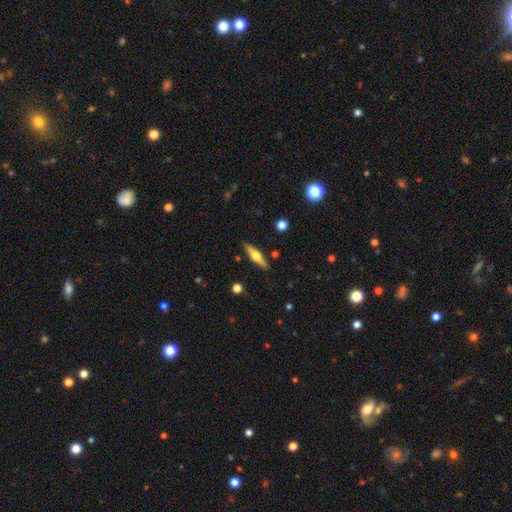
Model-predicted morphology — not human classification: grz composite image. It shows a featured or disk galaxy (60%) viewed edge-on (95%) with a rounded central bulge (93%). Merging: none (88%).